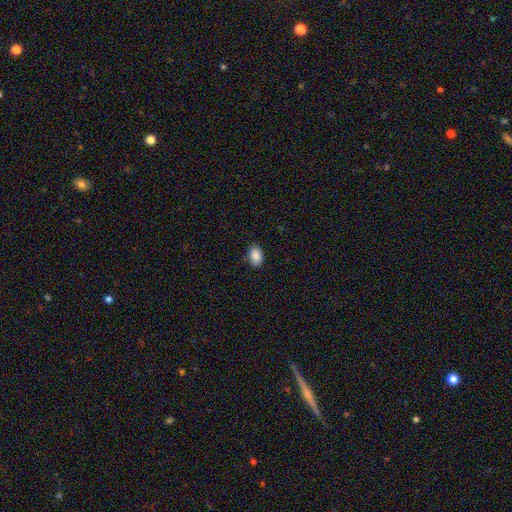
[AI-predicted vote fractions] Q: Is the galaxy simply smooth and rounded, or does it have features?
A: smooth — 89%.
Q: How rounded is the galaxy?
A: in between — 88%.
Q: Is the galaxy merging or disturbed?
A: none — 86%.